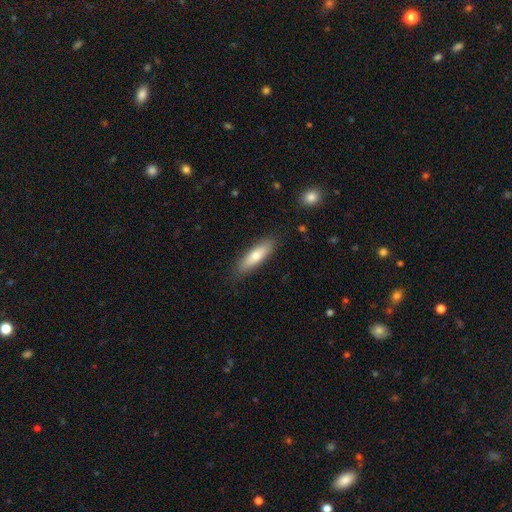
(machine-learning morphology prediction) A smooth galaxy with no disk features (69%) that is cigar-shaped (61%). Merging: none (86%).